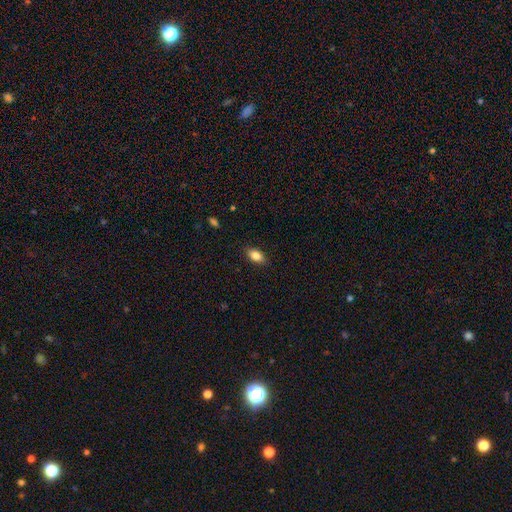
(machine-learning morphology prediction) This is clearly a smooth galaxy (86%). How rounded: clearly in between (91%). Merging: clearly none (87%).